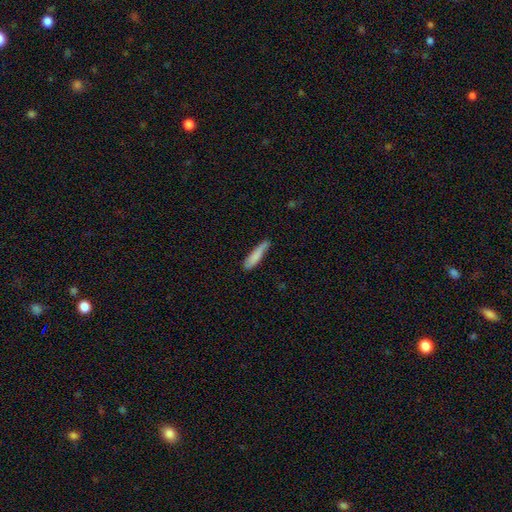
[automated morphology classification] Smooth or featured?
  - smooth: 82% *
  - featured or disk: 12%
  - star or artifact: 6%
How rounded?
  - cigar-shaped: 85% *
  - in between: 14%
  - round: 1%
Merging?
  - none: 70% *
  - minor disturbance: 23%
  - major disturbance: 4%
  - merger: 2%